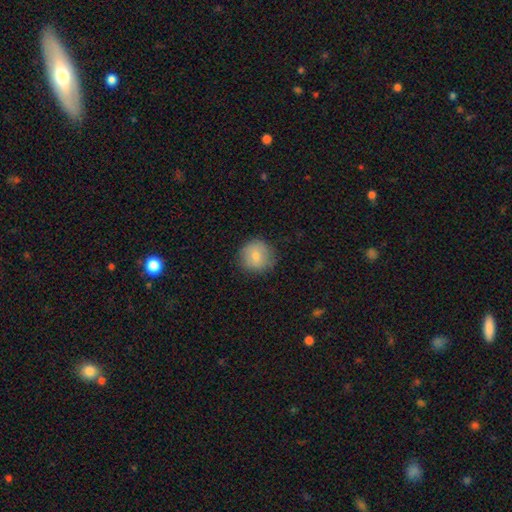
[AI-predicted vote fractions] smooth_or_featured: smooth (p=0.77) [alt: featured or disk p=0.15]
how_rounded: round (p=0.93) [alt: in between p=0.06]
merging: none (p=0.82) [alt: minor disturbance p=0.14]